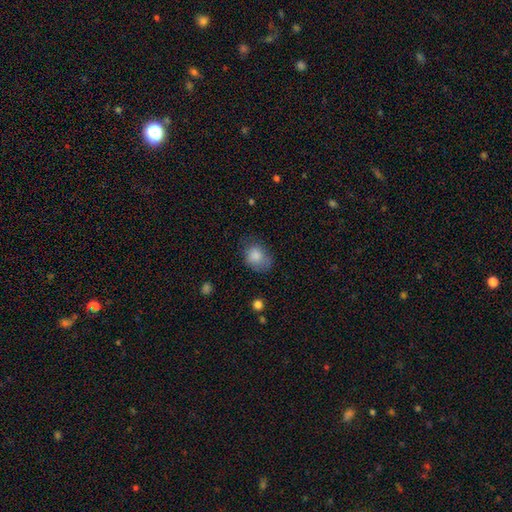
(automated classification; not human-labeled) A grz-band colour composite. It shows a smooth galaxy with no disk features (83%) that is in between round and cigar-shaped (53%). Merging: none (58%).